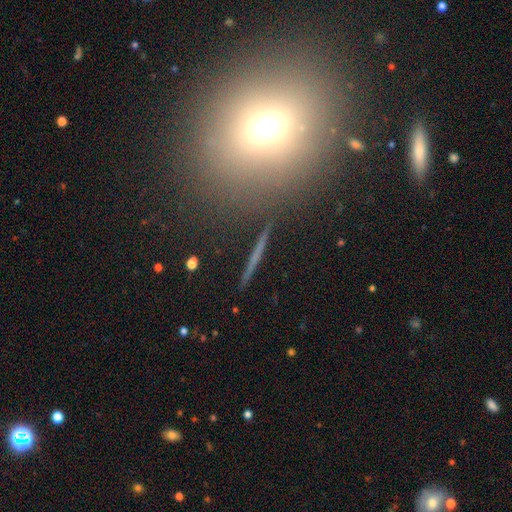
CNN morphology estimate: Smooth or featured? Predicted: featured or disk (p=0.44). Merging? Predicted: none (p=0.89).